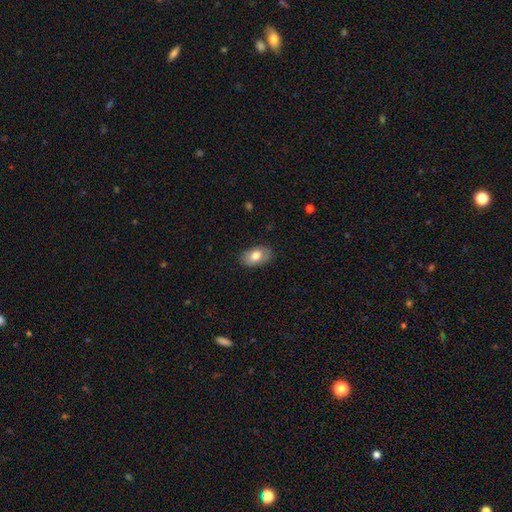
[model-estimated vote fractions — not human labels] Smooth or featured? smooth (73%)
How rounded? in between (92%)
Merging? none (82%)